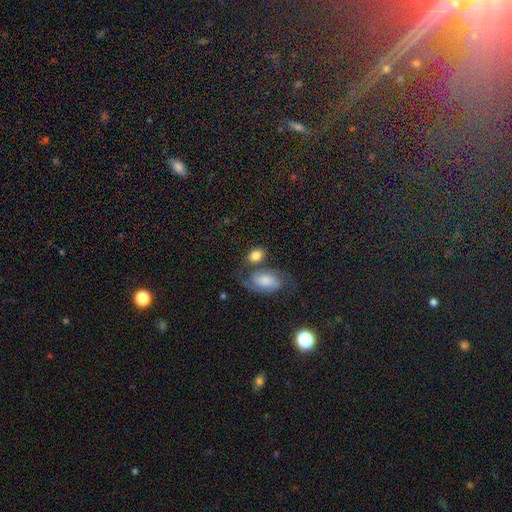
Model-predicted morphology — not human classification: A smooth galaxy with no disk features (69%) that is in between round and cigar-shaped (70%). Merging: none (52%).